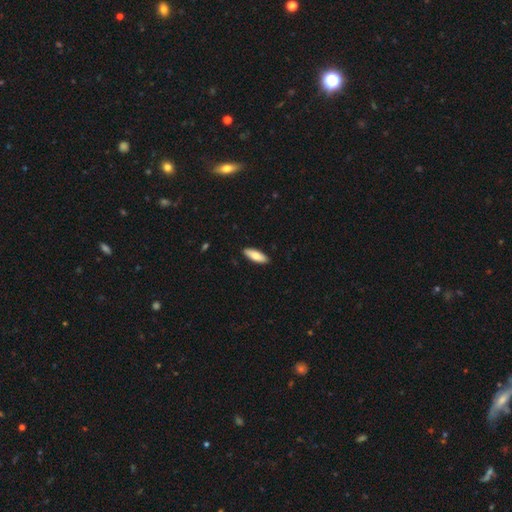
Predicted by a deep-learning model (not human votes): This is likely a smooth galaxy (79%). How rounded: likely in between (62%). Merging: clearly none (90%).